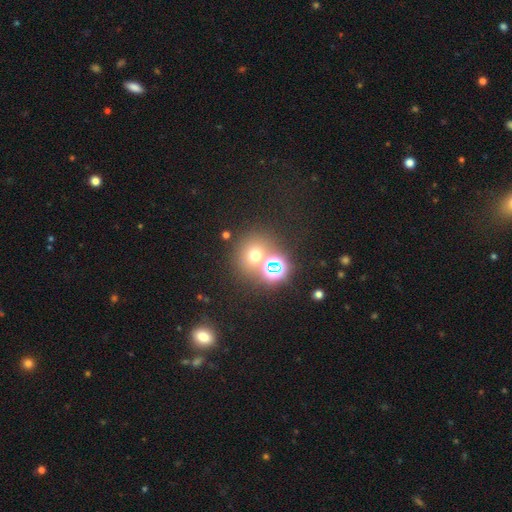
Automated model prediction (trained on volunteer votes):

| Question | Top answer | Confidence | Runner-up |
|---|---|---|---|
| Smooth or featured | smooth | 57% | star or artifact (33%) |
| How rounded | round | 82% | in between (17%) |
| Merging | none | 64% | merger (23%) |